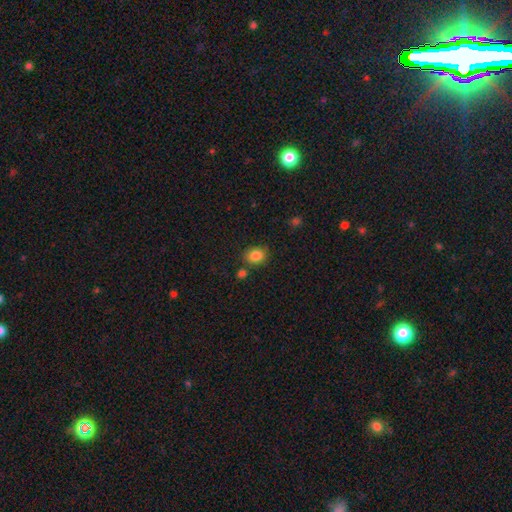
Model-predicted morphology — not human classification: The model was most divided on "how rounded": round: 52%, in between: 47%, cigar-shaped: 1%. More confident: smooth or featured — smooth (86%); merging — none (77%).